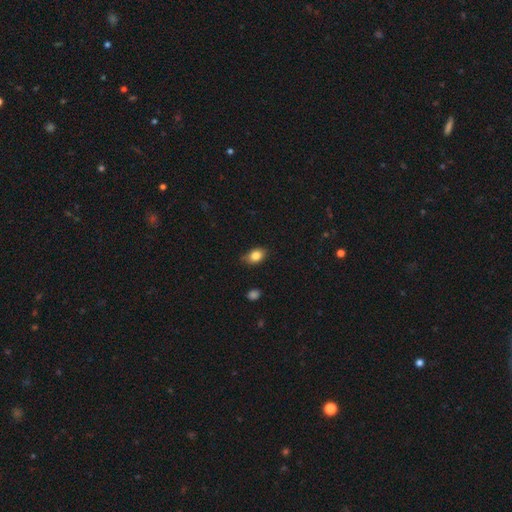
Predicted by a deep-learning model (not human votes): Smooth or featured? smooth (84%)
How rounded? in between (76%)
Merging? none (69%)